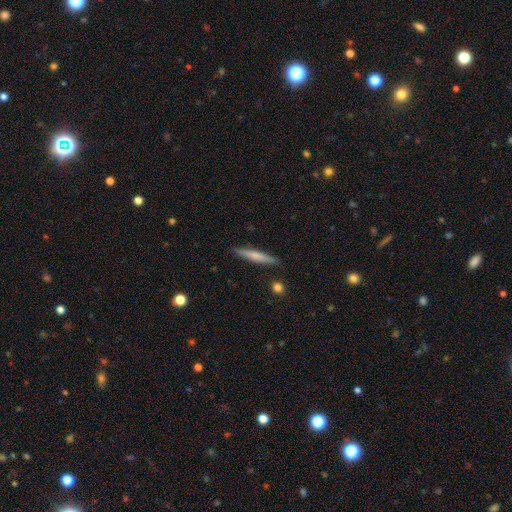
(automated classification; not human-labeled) Morphology: type=smooth (62%); roundness=cigar-shaped (93%); merging=none (88%).